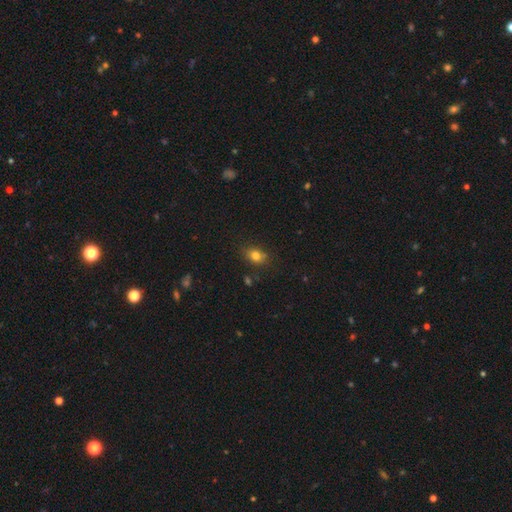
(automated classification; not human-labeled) Smooth or featured? smooth (80%)
How rounded? in between (67%)
Merging? none (80%)